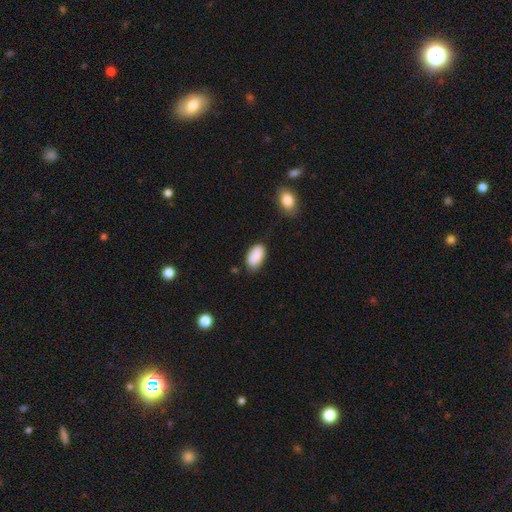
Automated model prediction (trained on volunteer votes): smooth-or-featured: smooth: 90% | star or artifact: 7% | featured or disk: 4%
  how-rounded: in between: 94% | round: 4% | cigar-shaped: 2%
  merging: none: 77% | minor disturbance: 18% | major disturbance: 3% | merger: 2%